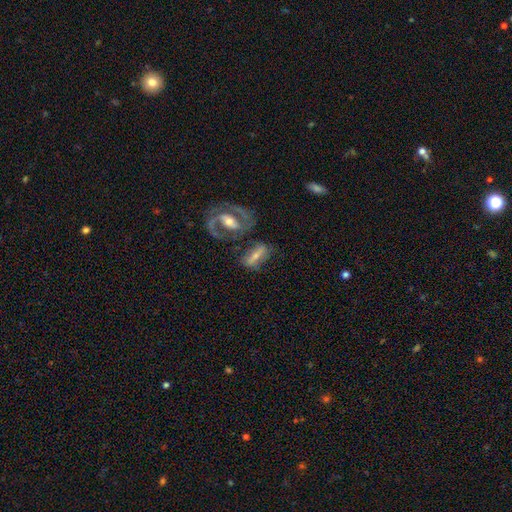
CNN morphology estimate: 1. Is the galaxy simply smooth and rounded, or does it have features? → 58% featured or disk, 34% smooth, 8% star or artifact.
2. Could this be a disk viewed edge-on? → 78% no, 22% yes.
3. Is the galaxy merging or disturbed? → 54% none, 18% merger, 17% minor disturbance, 10% major disturbance.